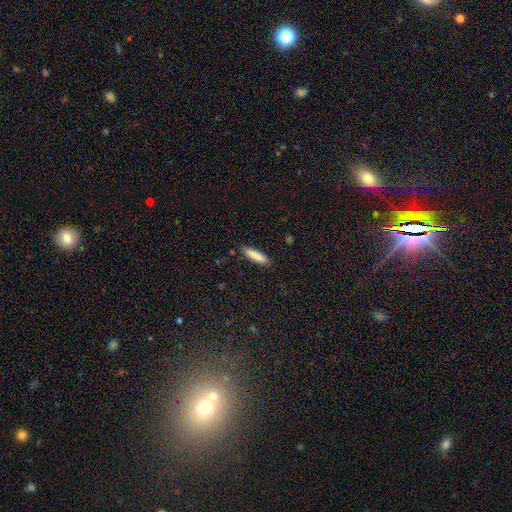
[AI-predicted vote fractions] Q: Smooth or featured?
A: smooth (84%); runner-up: featured or disk (9%)
Q: How rounded?
A: cigar-shaped (79%); runner-up: in between (19%)
Q: Merging?
A: none (87%); runner-up: minor disturbance (10%)